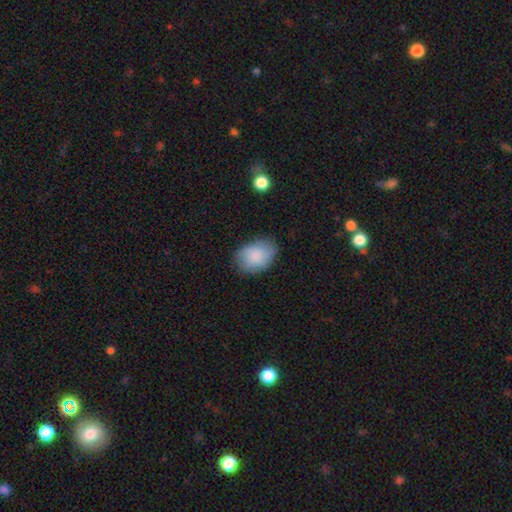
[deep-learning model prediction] Q: Smooth or featured?
A: smooth (82%); runner-up: featured or disk (11%)
Q: How rounded?
A: in between (75%); runner-up: round (24%)
Q: Merging?
A: none (74%); runner-up: minor disturbance (20%)